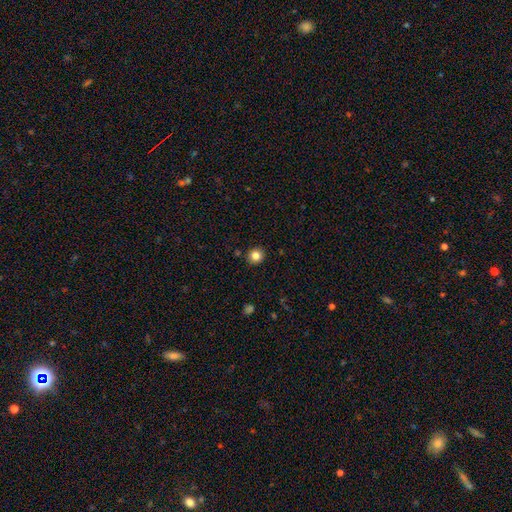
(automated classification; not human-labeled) Overall: smooth (83%). How rounded: round (88%). Merging: none (91%).